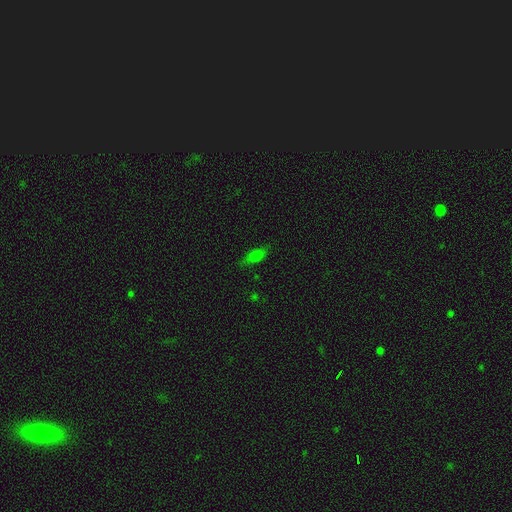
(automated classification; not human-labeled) Morphology: type=smooth (69%); roundness=in between (66%); merging=none (75%).